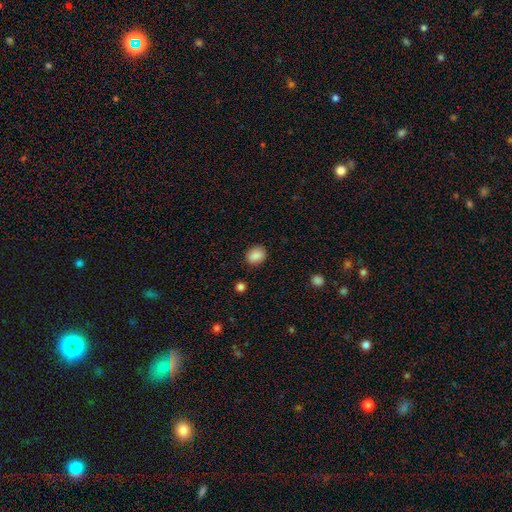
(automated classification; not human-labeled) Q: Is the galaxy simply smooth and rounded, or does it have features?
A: smooth — 88%.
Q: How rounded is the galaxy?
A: in between — 55%.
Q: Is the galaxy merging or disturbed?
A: none — 87%.